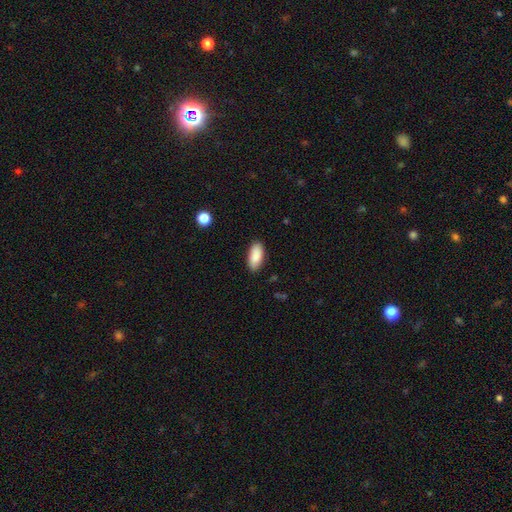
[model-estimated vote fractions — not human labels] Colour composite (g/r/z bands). It shows a smooth galaxy with no disk features (89%) that is in between round and cigar-shaped (89%). Merging: none (86%).